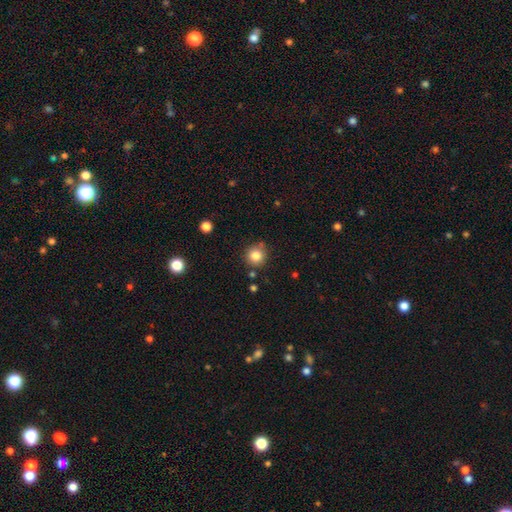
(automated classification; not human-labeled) The model was most divided on "merging": none: 79%, minor disturbance: 11%, merger: 6%, major disturbance: 3%. More confident: how rounded — round (93%); smooth or featured — smooth (83%).